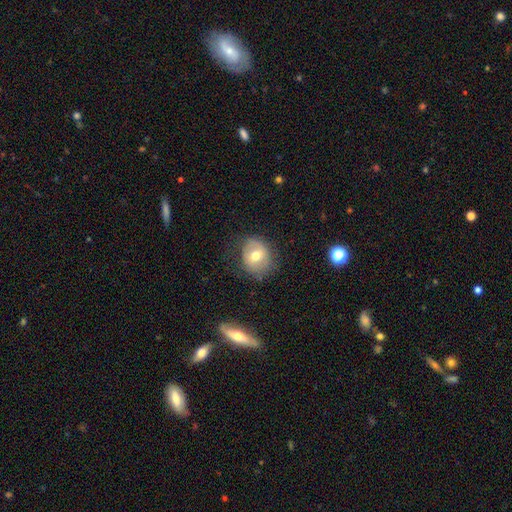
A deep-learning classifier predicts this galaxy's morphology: A smooth galaxy with no disk features (58%) that is round (56%).

Vote fractions:
- Smooth or featured? smooth: 58% / featured or disk: 33% / star or artifact: 9%
- How rounded? round: 56% / in between: 43% / cigar-shaped: 1%
- Merging? none: 69% / minor disturbance: 21% / major disturbance: 8% / merger: 1%